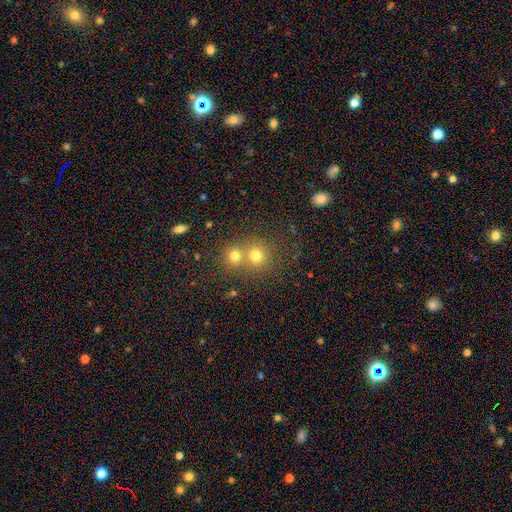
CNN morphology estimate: A smooth galaxy with no disk features (72%) that is round (84%).

Vote fractions:
- Smooth or featured? smooth: 72% / star or artifact: 17% / featured or disk: 11%
- How rounded? round: 84% / in between: 15% / cigar-shaped: 1%
- Merging? merger: 47% / none: 44% / minor disturbance: 6% / major disturbance: 3%